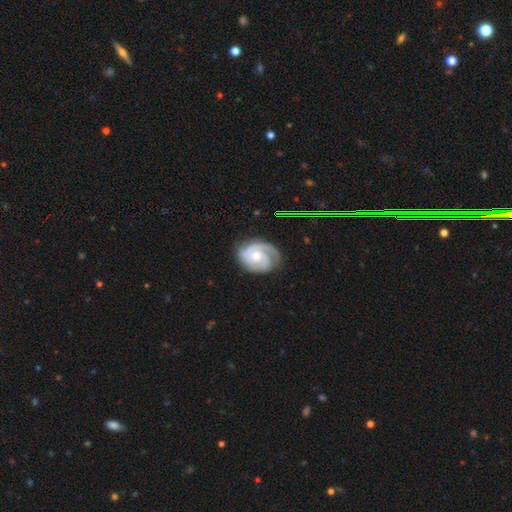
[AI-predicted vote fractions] Q: Smooth or featured?
A: featured or disk (87%); runner-up: smooth (8%)
Q: Edge-on disk?
A: no (98%); runner-up: yes (2%)
Q: Bar?
A: no (70%); runner-up: weak (25%)
Q: Spiral arms?
A: yes (97%); runner-up: no (3%)
Q: Spiral winding?
A: tight (66%); runner-up: medium (28%)
Q: Spiral arm count?
A: 2 (51%); runner-up: 3 (19%)
Q: Bulge size?
A: moderate (55%); runner-up: small (38%)
Q: Merging?
A: none (73%); runner-up: minor disturbance (19%)